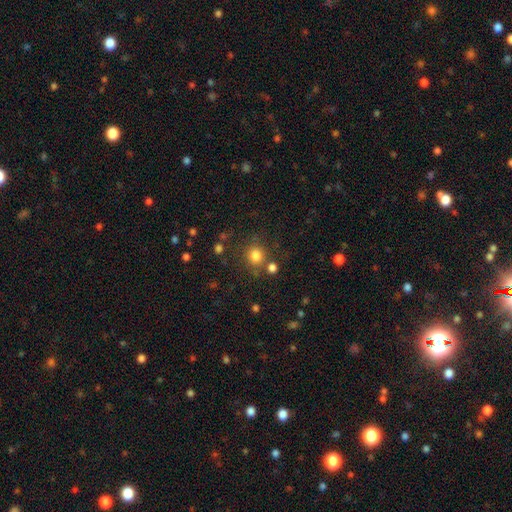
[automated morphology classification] Overall: smooth (80%). How rounded: round (87%). Merging: none (76%).